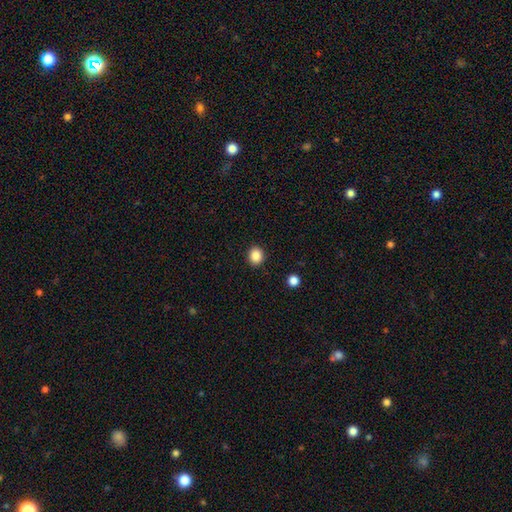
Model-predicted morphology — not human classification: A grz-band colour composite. It shows a smooth galaxy with no disk features (86%) that is round (77%). Merging: none (91%).